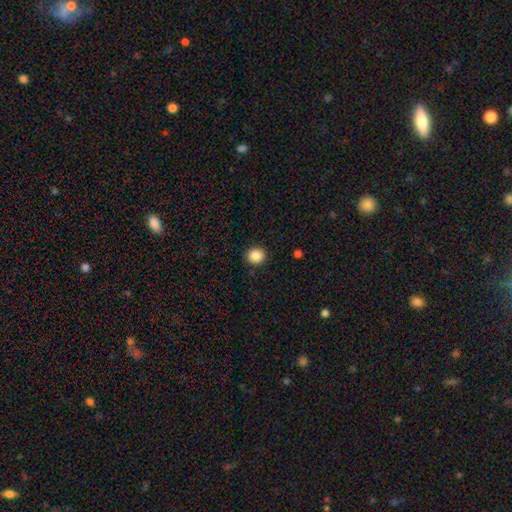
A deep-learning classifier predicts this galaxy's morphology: Smooth or featured? Predicted: smooth (p=0.87). How rounded? Predicted: round (p=0.91). Merging? Predicted: none (p=0.91).